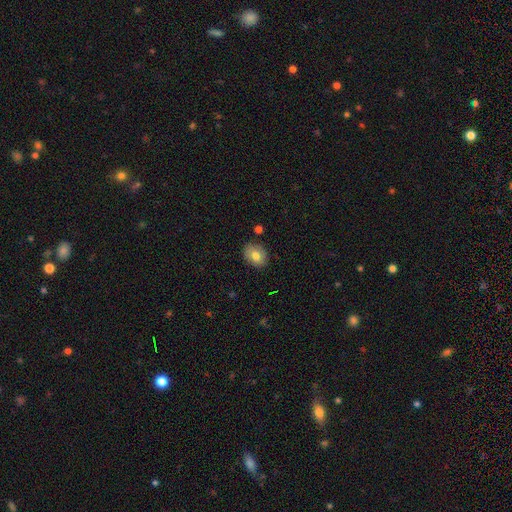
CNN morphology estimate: A smooth galaxy with no disk features (76%) that is in between round and cigar-shaped (59%).

Vote fractions:
- Smooth or featured? smooth: 76% / featured or disk: 15% / star or artifact: 9%
- How rounded? in between: 59% / round: 40% / cigar-shaped: 1%
- Merging? none: 82% / minor disturbance: 13% / major disturbance: 2% / merger: 2%